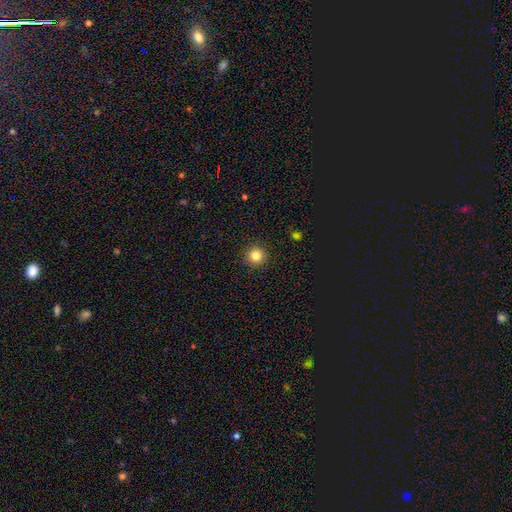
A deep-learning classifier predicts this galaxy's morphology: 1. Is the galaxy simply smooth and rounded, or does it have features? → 83% smooth, 12% star or artifact, 6% featured or disk.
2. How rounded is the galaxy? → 95% round, 4% in between, 1% cigar-shaped.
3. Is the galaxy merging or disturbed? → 93% none, 5% minor disturbance, 2% major disturbance, 1% merger.